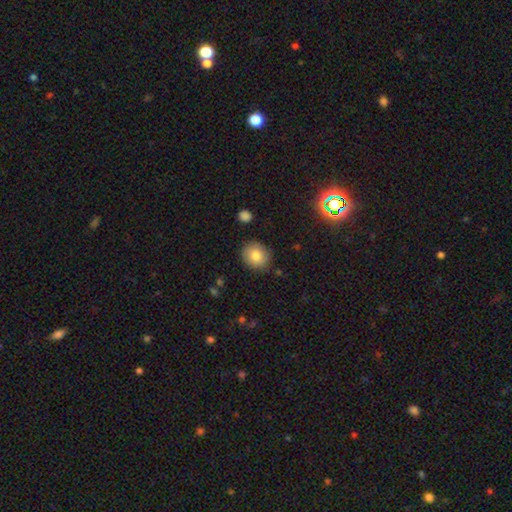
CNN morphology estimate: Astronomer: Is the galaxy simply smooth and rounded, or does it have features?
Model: smooth — 82%.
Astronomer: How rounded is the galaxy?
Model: round — 79%.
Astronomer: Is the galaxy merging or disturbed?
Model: none — 86%.